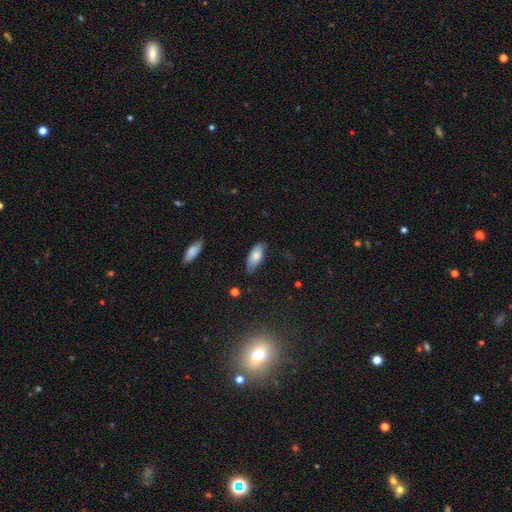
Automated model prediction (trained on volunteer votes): Morphology: type=smooth (79%); roundness=in between (87%); merging=none (71%).